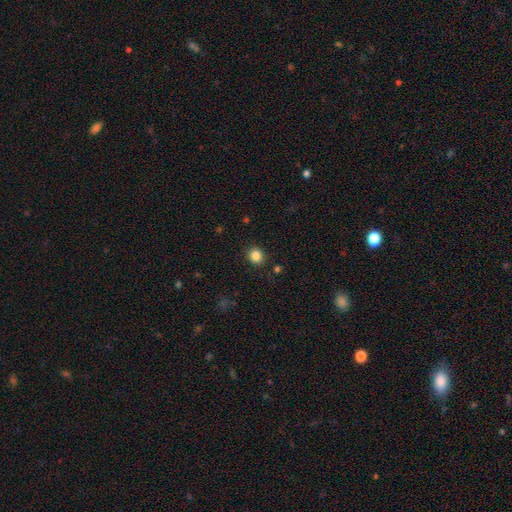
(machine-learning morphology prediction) Q: Smooth or featured?
A: smooth (84%); runner-up: star or artifact (11%)
Q: How rounded?
A: round (77%); runner-up: in between (22%)
Q: Merging?
A: none (89%); runner-up: minor disturbance (7%)